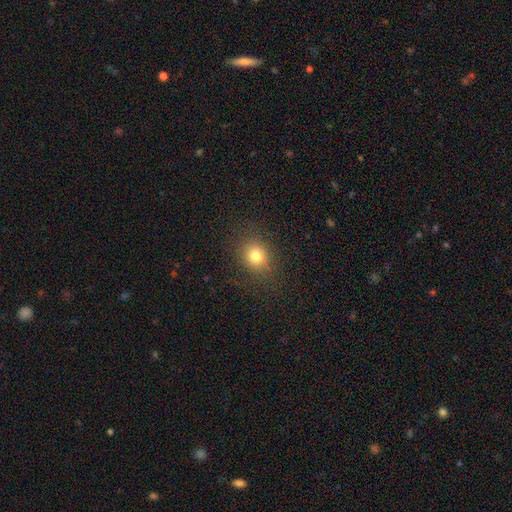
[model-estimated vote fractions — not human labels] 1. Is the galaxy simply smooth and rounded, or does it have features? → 78% smooth, 15% star or artifact, 7% featured or disk.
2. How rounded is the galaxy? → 74% round, 25% in between, 1% cigar-shaped.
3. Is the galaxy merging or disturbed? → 85% none, 9% minor disturbance, 5% major disturbance, 1% merger.